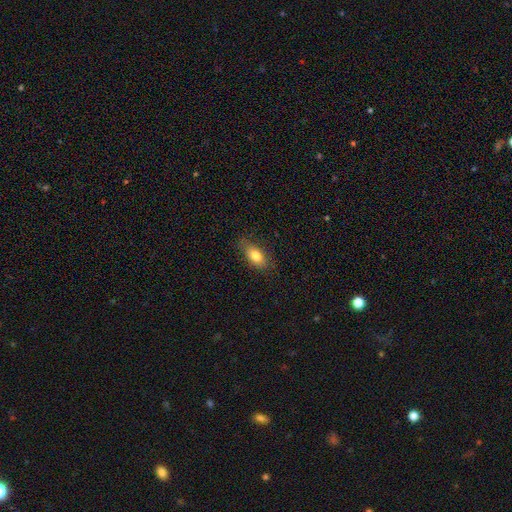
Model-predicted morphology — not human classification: The model was most divided on "merging": none: 78%, minor disturbance: 17%, major disturbance: 4%, merger: 1%. More confident: how rounded — in between (85%); smooth or featured — smooth (78%).